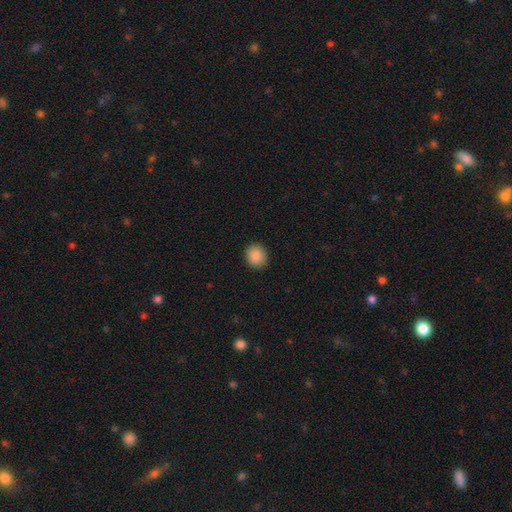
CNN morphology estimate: This appears to be a smooth galaxy with no disk features (87%) that is round (78%). Merging: none (91%).